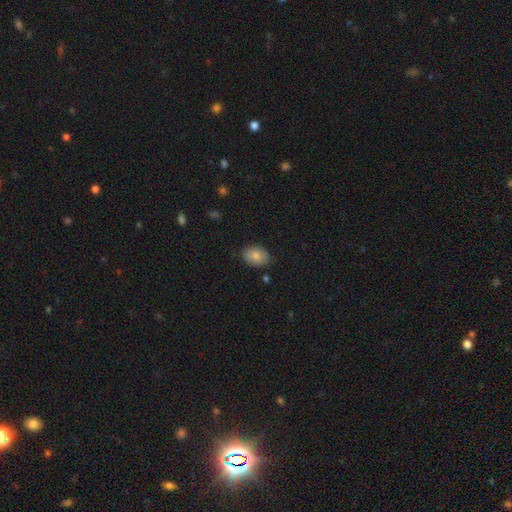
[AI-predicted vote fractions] Overall: smooth (85%). How rounded: in between (78%). Merging: none (82%).